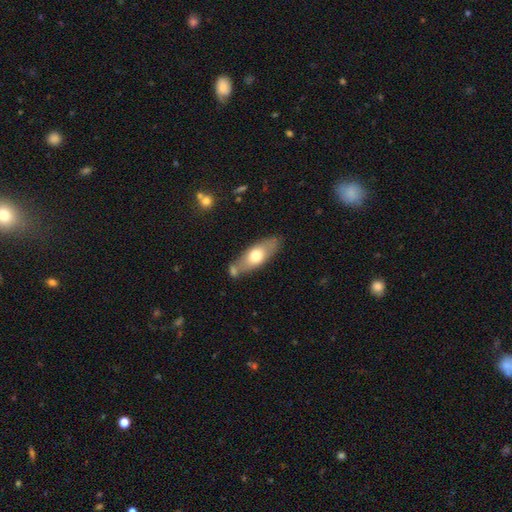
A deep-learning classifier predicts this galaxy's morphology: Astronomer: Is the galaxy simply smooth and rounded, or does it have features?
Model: smooth — 61%.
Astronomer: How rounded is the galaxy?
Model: in between — 67%.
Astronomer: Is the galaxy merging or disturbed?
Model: none — 68%.